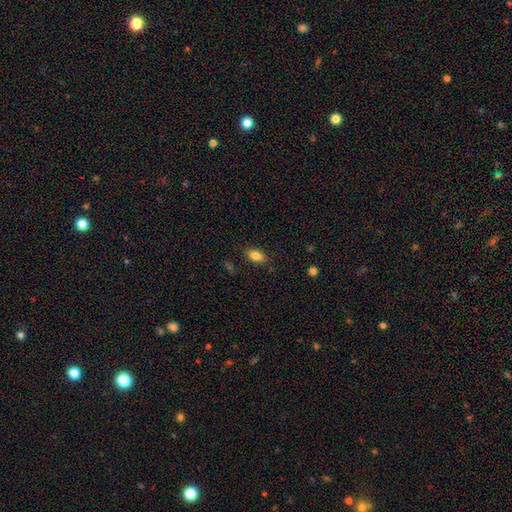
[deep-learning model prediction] This is clearly a smooth galaxy (83%). How rounded: clearly in between (88%). Merging: clearly none (84%).